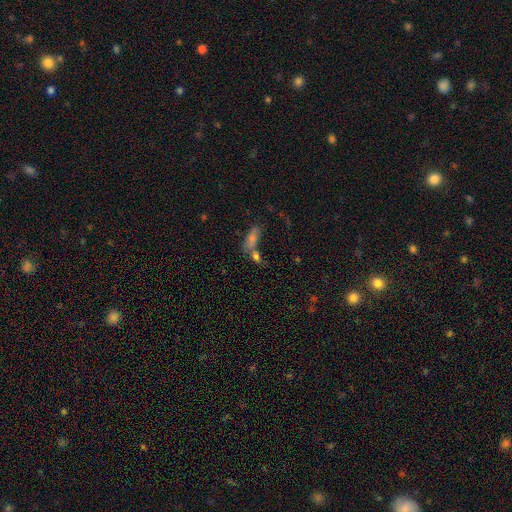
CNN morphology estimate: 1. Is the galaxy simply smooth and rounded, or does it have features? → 44% smooth, 34% star or artifact, 22% featured or disk.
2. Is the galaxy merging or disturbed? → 43% none, 33% merger, 13% minor disturbance, 12% major disturbance.